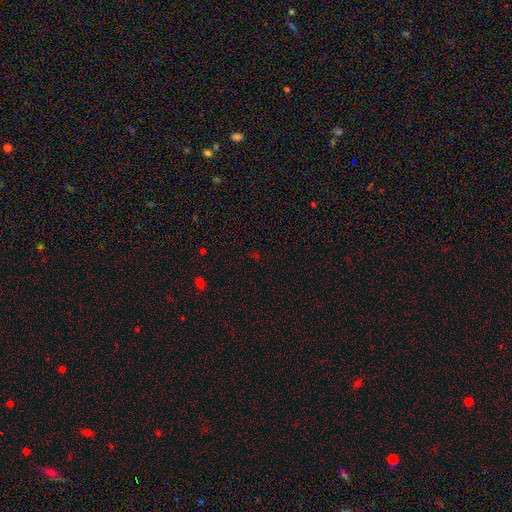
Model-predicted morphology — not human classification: smooth_or_featured: star or artifact (p=0.65) [alt: smooth p=0.28]